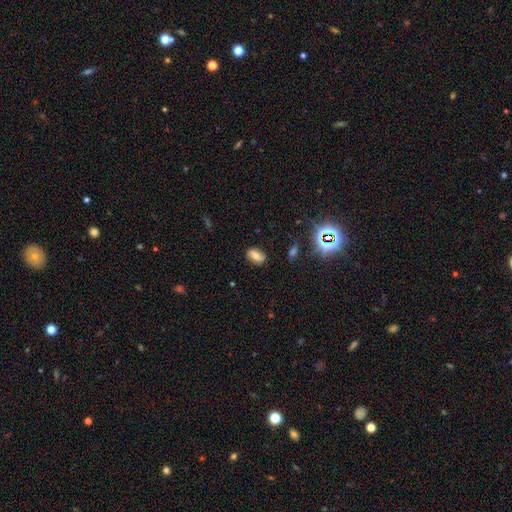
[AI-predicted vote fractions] smooth_or_featured: smooth (p=0.49) [alt: featured or disk p=0.33]
merging: none (p=0.83) [alt: minor disturbance p=0.12]